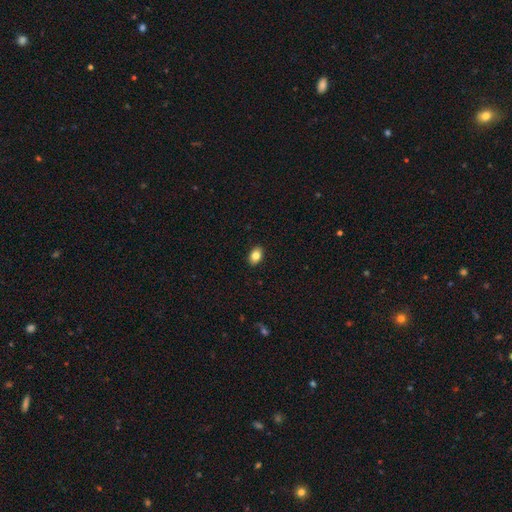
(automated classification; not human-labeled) Morphology: type=smooth (83%); roundness=in between (83%); merging=none (90%).